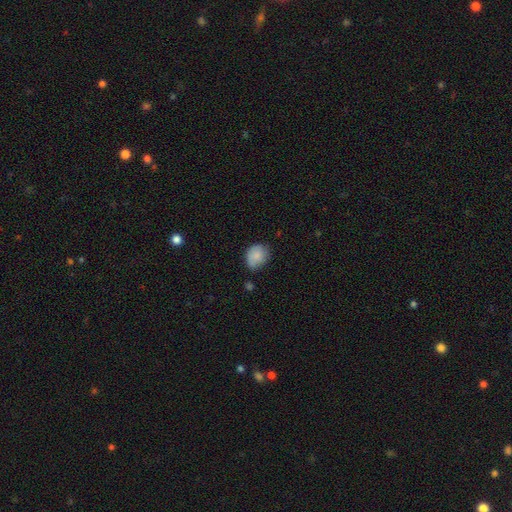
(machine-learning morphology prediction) A smooth galaxy with no disk features (79%) that is round (55%). Merging: none (55%).